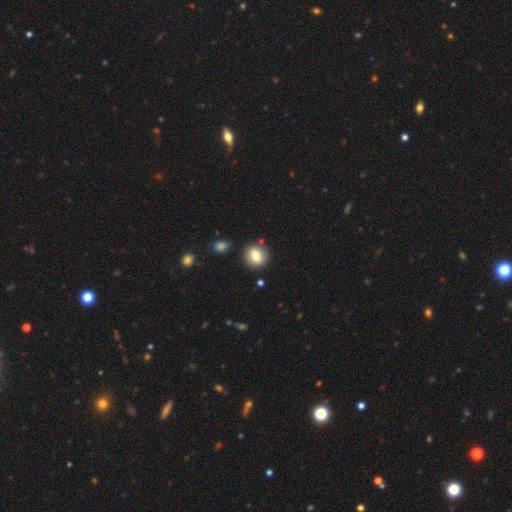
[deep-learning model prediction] The model was most divided on "how rounded": round: 69%, in between: 29%, cigar-shaped: 2%. More confident: merging — none (83%); smooth or featured — smooth (73%).